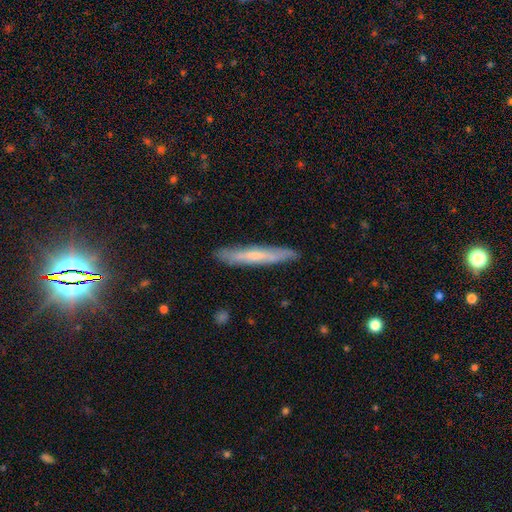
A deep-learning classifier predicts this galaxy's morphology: smooth 52%, featured or disk 42%, star or artifact 6%. Down the decision tree: how rounded — cigar-shaped (94%); merging — none (87%).